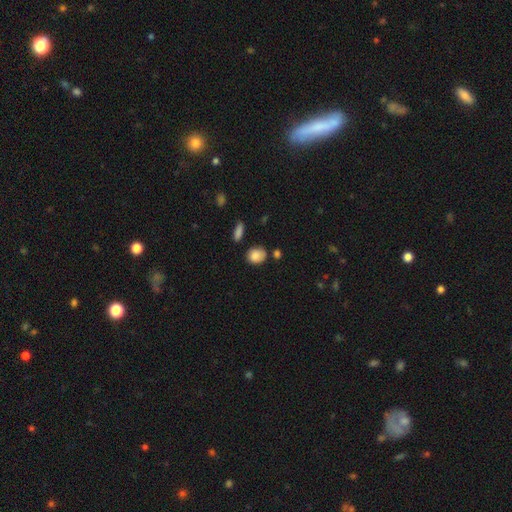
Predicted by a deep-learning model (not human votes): smooth-or-featured: smooth: 86% | star or artifact: 8% | featured or disk: 6%
  how-rounded: round: 54% | in between: 45% | cigar-shaped: 2%
  merging: none: 70% | minor disturbance: 18% | merger: 7% | major disturbance: 4%